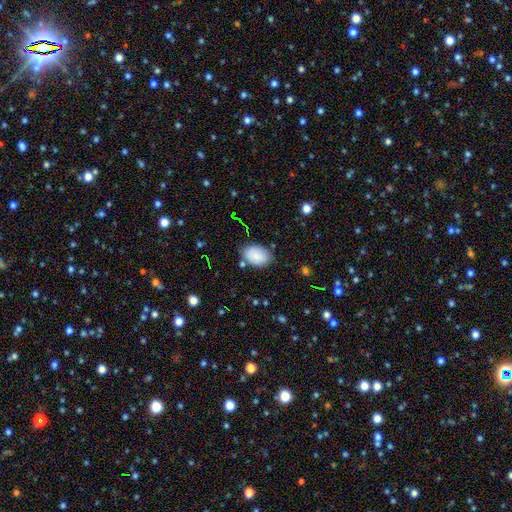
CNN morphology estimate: Smooth or featured? smooth (85%)
How rounded? in between (82%)
Merging? none (78%)